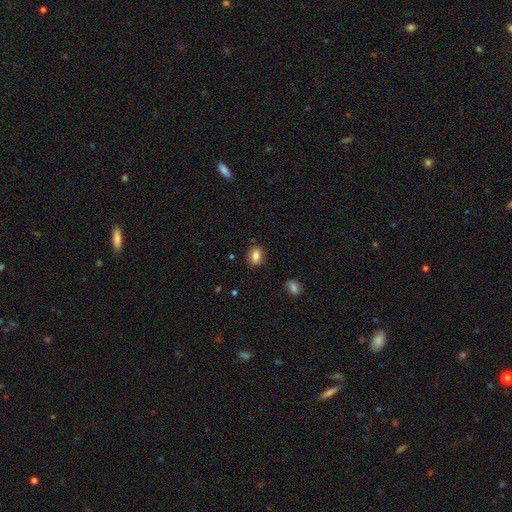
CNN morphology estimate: A smooth galaxy with no disk features (84%) that is in between round and cigar-shaped (76%).

Vote fractions:
- Smooth or featured? smooth: 84% / star or artifact: 9% / featured or disk: 7%
- How rounded? in between: 76% / round: 22% / cigar-shaped: 2%
- Merging? none: 85% / minor disturbance: 11% / major disturbance: 3% / merger: 2%